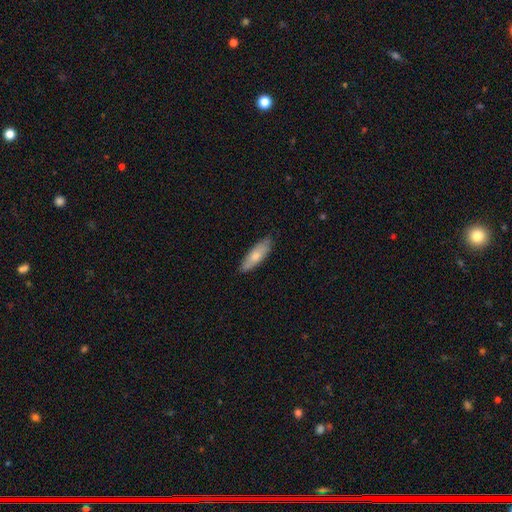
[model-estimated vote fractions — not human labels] Smooth or featured?
  - smooth: 73% *
  - featured or disk: 22%
  - star or artifact: 5%
How rounded?
  - in between: 55% *
  - cigar-shaped: 43%
  - round: 2%
Merging?
  - none: 81% *
  - minor disturbance: 16%
  - major disturbance: 2%
  - merger: 1%